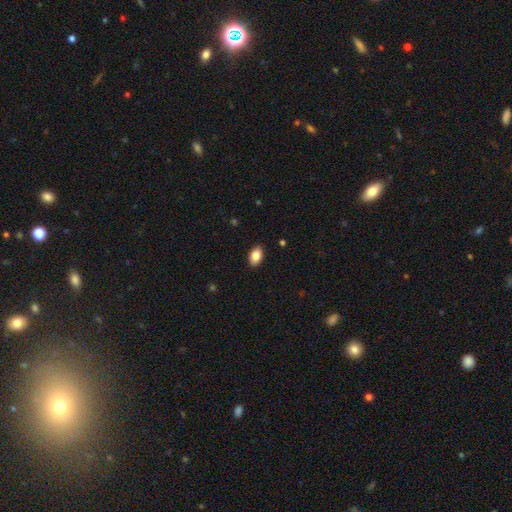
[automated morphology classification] This is clearly a smooth galaxy (86%). How rounded: clearly in between (89%). Merging: clearly none (89%).